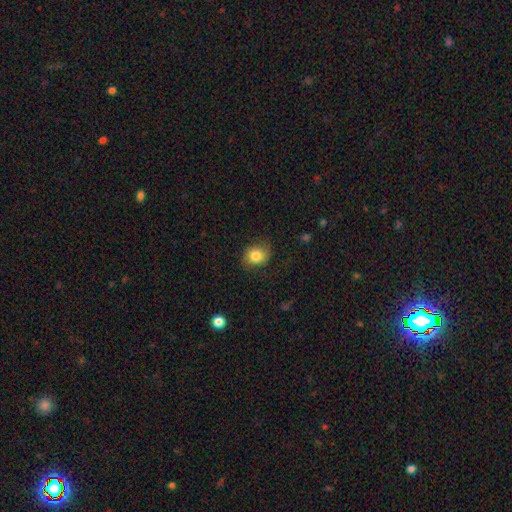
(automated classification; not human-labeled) Smooth or featured: smooth — 81% (featured or disk — 10%)
How rounded: round — 64% (in between — 35%)
Merging: none — 76% (minor disturbance — 18%)